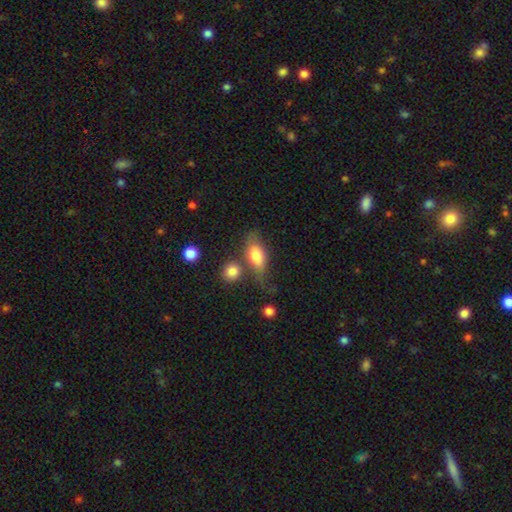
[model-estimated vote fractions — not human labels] A smooth galaxy with no disk features (76%) that is in between round and cigar-shaped (83%). Merging: none (49%).